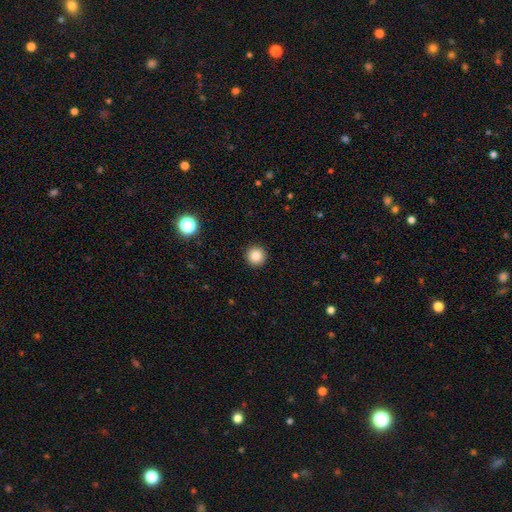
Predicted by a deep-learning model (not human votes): Smooth or featured?
  - smooth: 86% *
  - star or artifact: 10%
  - featured or disk: 4%
How rounded?
  - round: 96% *
  - in between: 3%
  - cigar-shaped: 1%
Merging?
  - none: 93% *
  - minor disturbance: 4%
  - major disturbance: 2%
  - merger: 1%